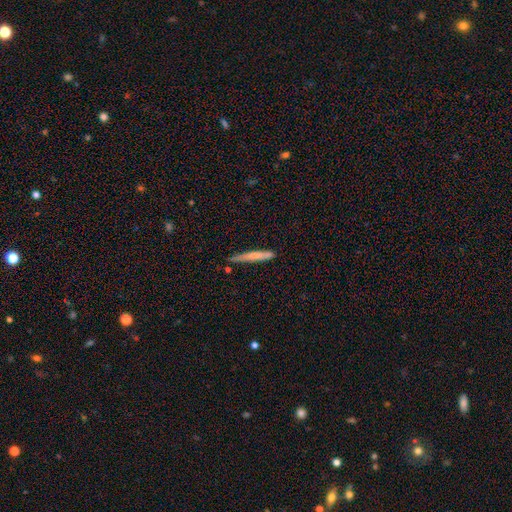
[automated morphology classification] Overall: smooth (65%; featured or disk 29%). How rounded: cigar-shaped (96%). Merging: none (75%).